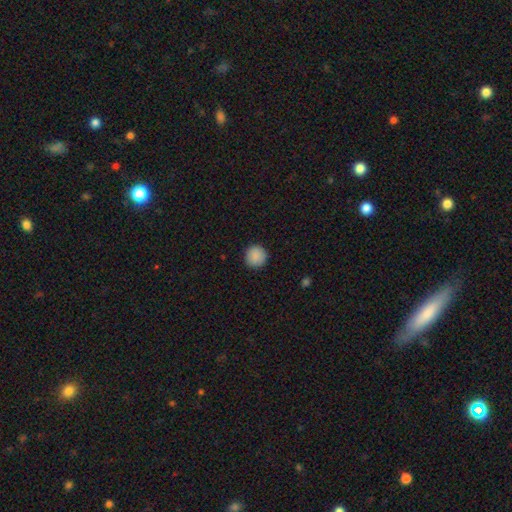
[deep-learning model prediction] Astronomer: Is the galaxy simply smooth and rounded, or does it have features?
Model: smooth — 89%.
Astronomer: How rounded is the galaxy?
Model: round — 95%.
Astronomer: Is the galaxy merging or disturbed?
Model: none — 92%.